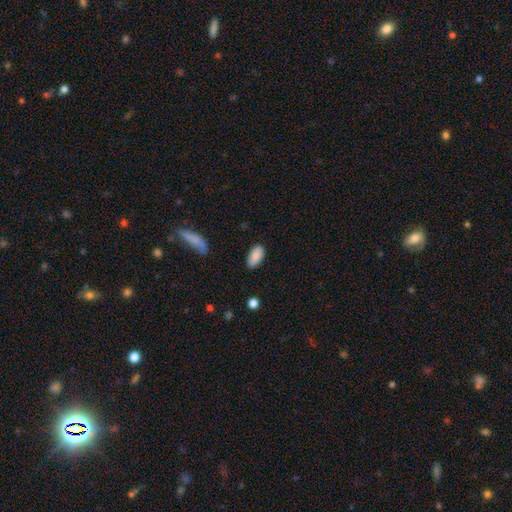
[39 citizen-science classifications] Q: Smooth or featured?
A: smooth (77%); runner-up: featured or disk (13%)
Q: How rounded?
A: in between (93%); runner-up: cigar-shaped (7%)
Q: Merging?
A: none (77%); runner-up: minor disturbance (20%)